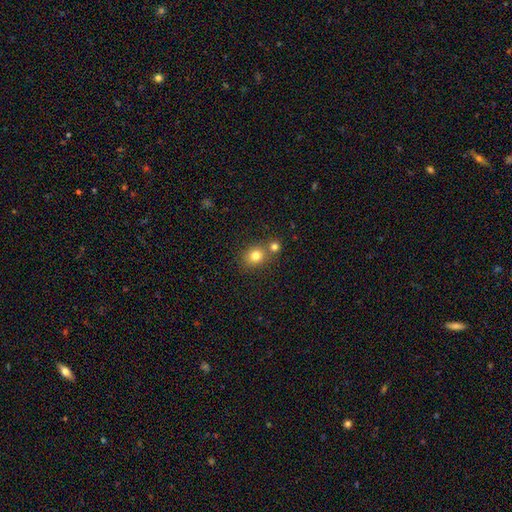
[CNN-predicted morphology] type=smooth (79%); roundness=round (71%); merging=none (60%).